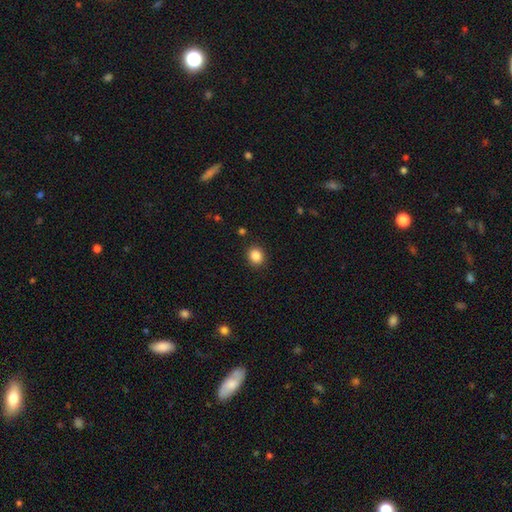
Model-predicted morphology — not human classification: smooth_or_featured: smooth (p=0.86) [alt: star or artifact p=0.10]
how_rounded: round (p=0.75) [alt: in between p=0.24]
merging: none (p=0.90) [alt: minor disturbance p=0.06]